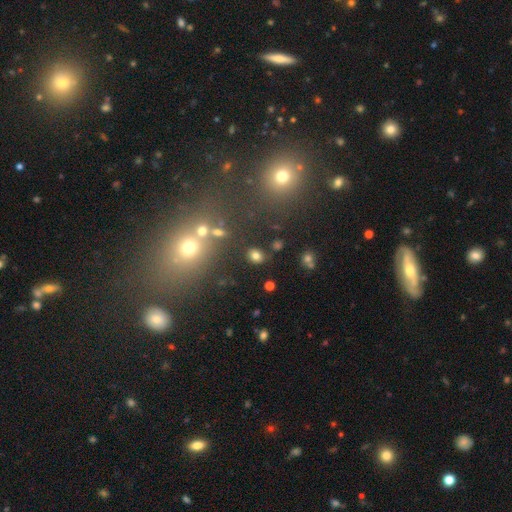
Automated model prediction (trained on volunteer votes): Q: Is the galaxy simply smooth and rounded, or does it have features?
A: smooth — 76%.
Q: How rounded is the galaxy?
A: in between — 51%.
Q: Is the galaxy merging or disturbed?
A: none — 82%.